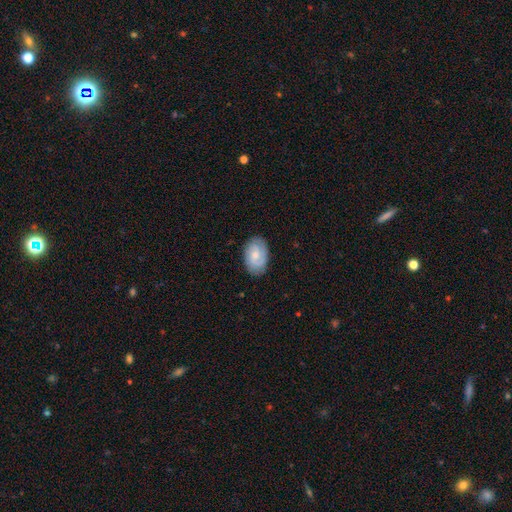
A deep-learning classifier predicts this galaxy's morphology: featured or disk 56%, smooth 38%, star or artifact 6%. Down the decision tree: edge-on disk — no (96%); bar — no (64%); spiral arms — yes (88%); bulge size — small (53%); merging — none (81%).